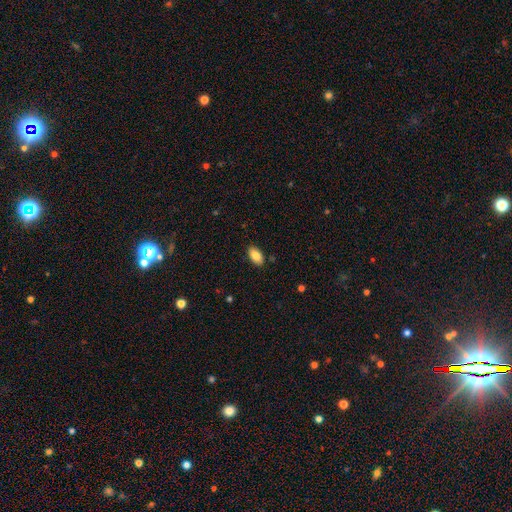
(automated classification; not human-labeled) A smooth galaxy with no disk features (86%) that is in between round and cigar-shaped (94%).

Vote fractions:
- Smooth or featured? smooth: 86% / featured or disk: 7% / star or artifact: 7%
- How rounded? in between: 94% / round: 4% / cigar-shaped: 2%
- Merging? none: 88% / minor disturbance: 9% / major disturbance: 2% / merger: 1%